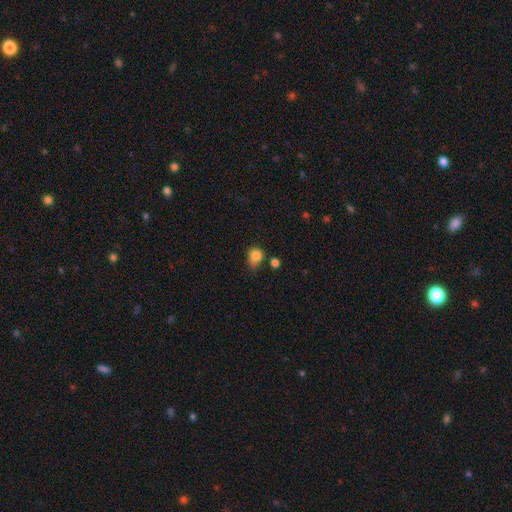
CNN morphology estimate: Smooth or featured?
  - smooth: 83% *
  - star or artifact: 11%
  - featured or disk: 6%
How rounded?
  - round: 62% *
  - in between: 37%
  - cigar-shaped: 1%
Merging?
  - none: 45% *
  - minor disturbance: 34%
  - major disturbance: 12%
  - merger: 9%